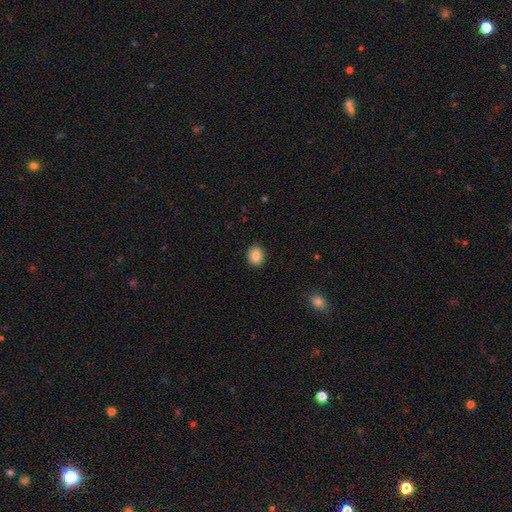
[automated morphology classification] smooth 85%, star or artifact 9%, featured or disk 6%. Down the decision tree: how rounded — round (68%); merging — none (90%).